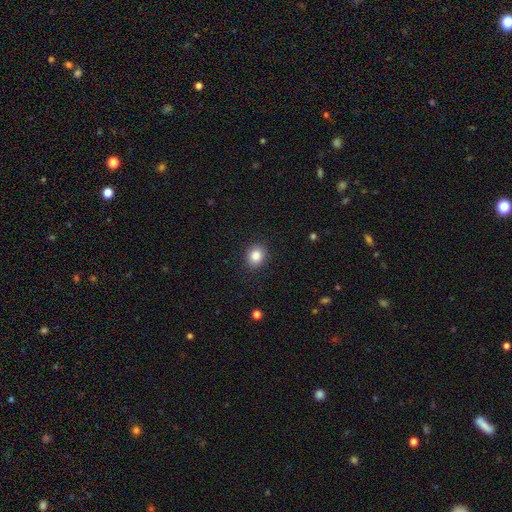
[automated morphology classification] Smooth or featured? smooth (86%)
How rounded? round (68%)
Merging? none (89%)